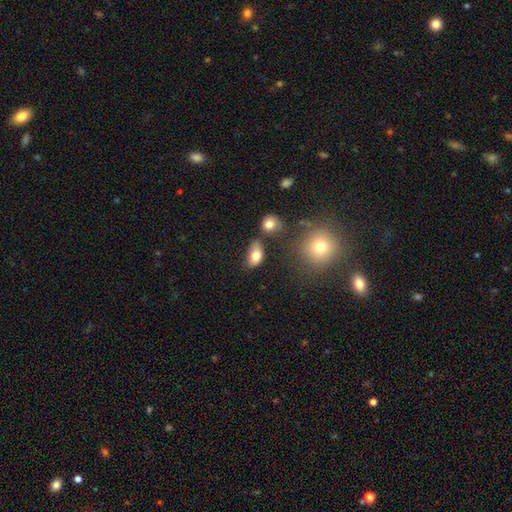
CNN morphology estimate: Smooth or featured? Predicted: smooth (p=0.80). How rounded? Predicted: in between (p=0.87). Merging? Predicted: none (p=0.57).